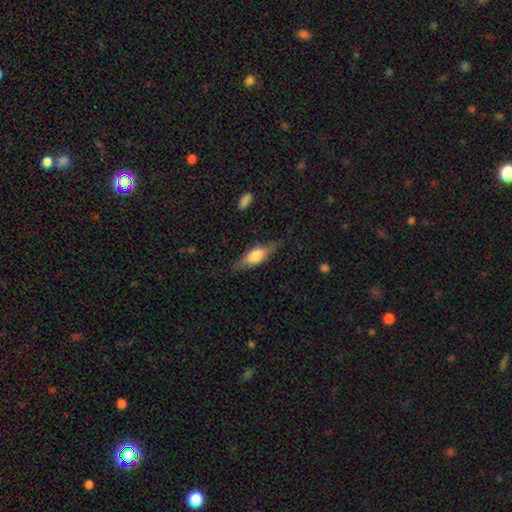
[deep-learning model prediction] The model was most divided on "how rounded": in between: 58%, cigar-shaped: 39%, round: 3%. More confident: merging — none (77%); smooth or featured — smooth (57%).